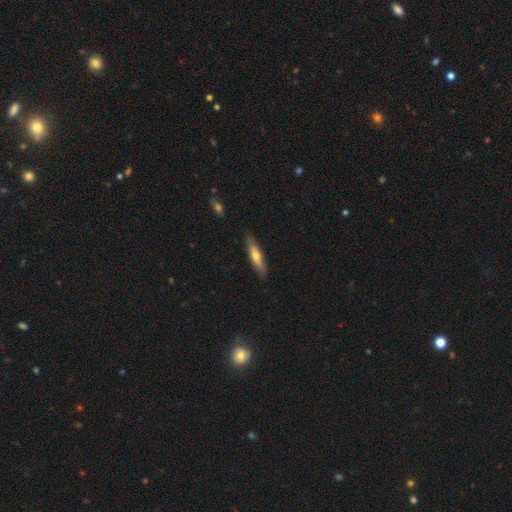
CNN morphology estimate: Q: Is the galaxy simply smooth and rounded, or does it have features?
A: smooth — 52%.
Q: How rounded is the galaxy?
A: cigar-shaped — 79%.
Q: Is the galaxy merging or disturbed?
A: none — 86%.